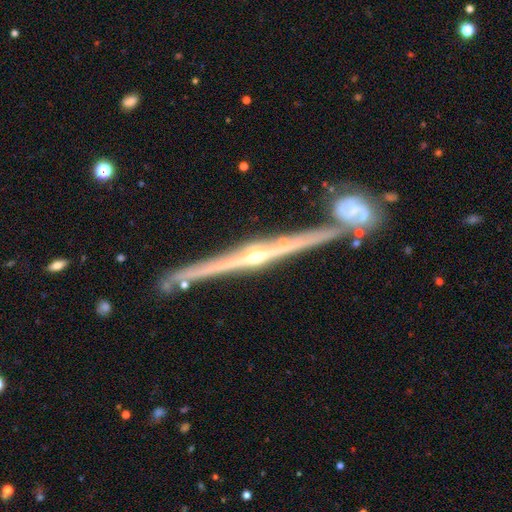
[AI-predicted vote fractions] Overall: featured or disk (89%). Edge-on disk: yes (97%). Edge-on bulge: rounded (79%). Merging: none (68%).